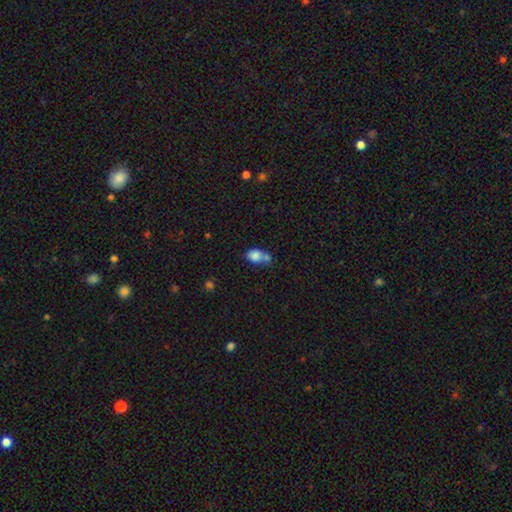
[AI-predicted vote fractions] Smooth or featured: smooth — 81% (star or artifact — 10%)
How rounded: in between — 71% (round — 28%)
Merging: merger — 42% (none — 34%)